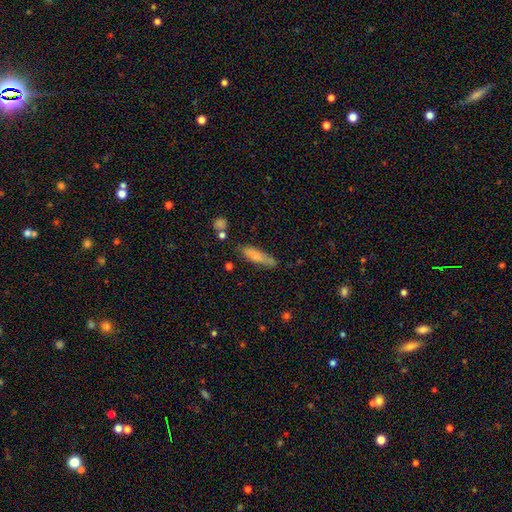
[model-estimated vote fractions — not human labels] A smooth galaxy with no disk features (76%) that is cigar-shaped (71%). Merging: none (63%).